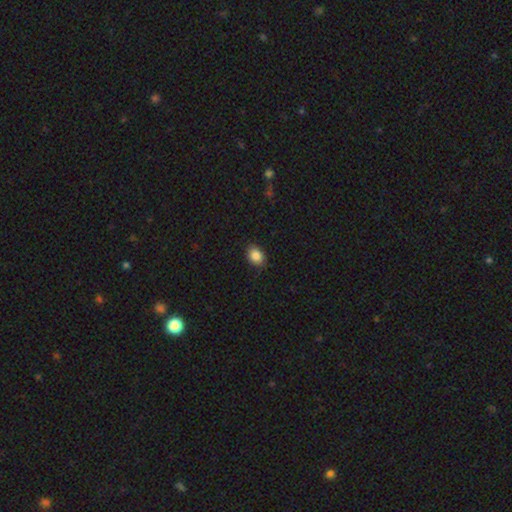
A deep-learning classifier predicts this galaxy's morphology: Overall: smooth (87%). How rounded: in between (63%; round 36%). Merging: none (85%).